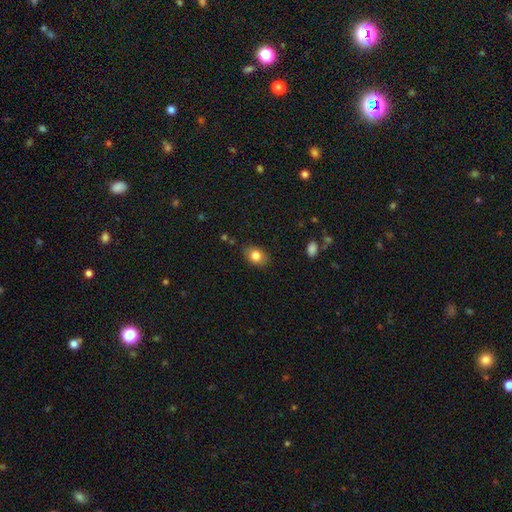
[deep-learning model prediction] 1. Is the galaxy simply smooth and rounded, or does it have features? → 82% smooth, 9% star or artifact, 8% featured or disk.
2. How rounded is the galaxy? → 64% in between, 34% round, 1% cigar-shaped.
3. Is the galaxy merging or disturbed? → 82% none, 13% minor disturbance, 3% major disturbance, 2% merger.